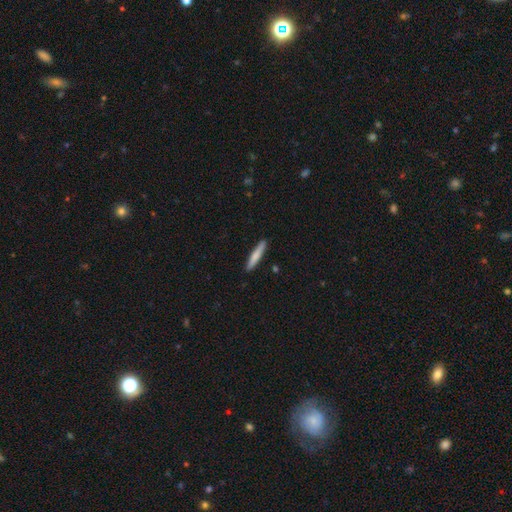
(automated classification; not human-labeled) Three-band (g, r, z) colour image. It shows a smooth galaxy with no disk features (75%) that is cigar-shaped (93%). Merging: none (90%).